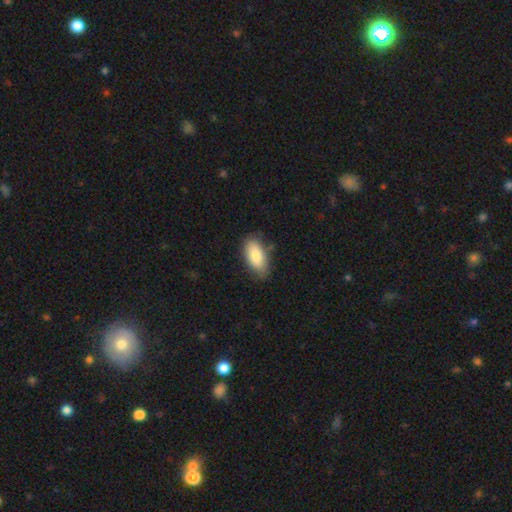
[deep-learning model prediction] smooth 84%, featured or disk 10%, star or artifact 6%. Down the decision tree: how rounded — in between (90%); merging — none (76%).